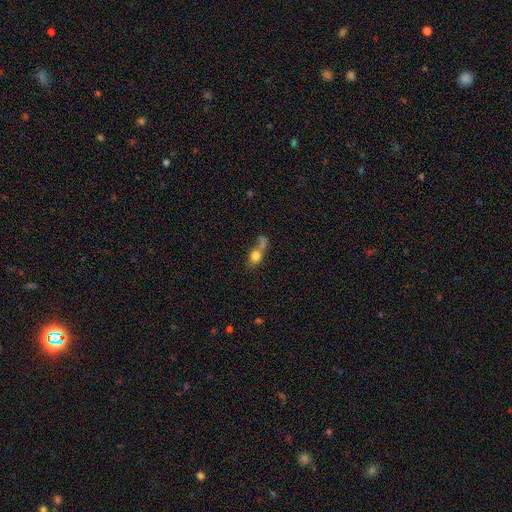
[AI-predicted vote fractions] This is likely a smooth galaxy (73%). How rounded: possibly round (47%, tied with in between). Merging: possibly merger (46%).